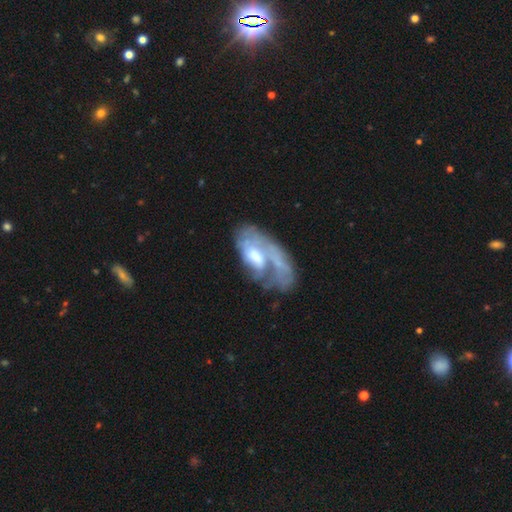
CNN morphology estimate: The model was most divided on "spiral arms": no: 51%, yes: 49%. Remaining: edge-on disk — no (93%); bar — no (64%); smooth or featured — featured or disk (61%); bulge size — moderate (51%); merging — major disturbance (38%).